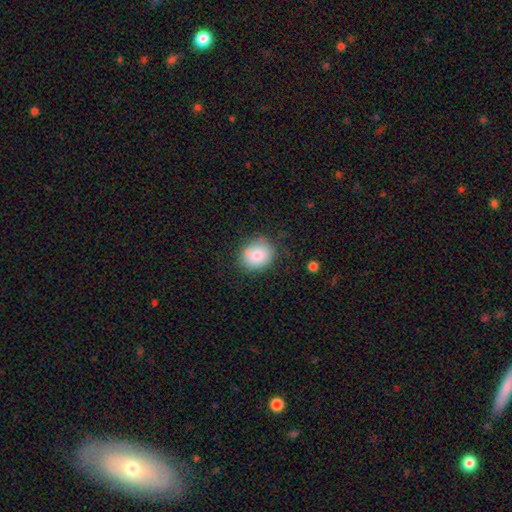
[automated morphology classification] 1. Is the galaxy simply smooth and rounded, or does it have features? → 80% smooth, 11% featured or disk, 9% star or artifact.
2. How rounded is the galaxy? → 70% round, 29% in between, 1% cigar-shaped.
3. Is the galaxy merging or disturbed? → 78% none, 16% minor disturbance, 4% major disturbance, 2% merger.